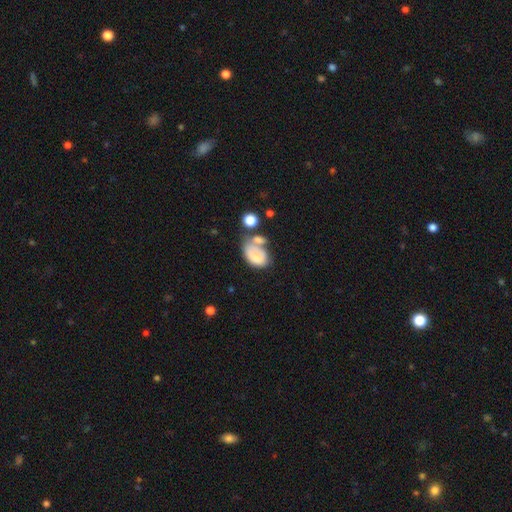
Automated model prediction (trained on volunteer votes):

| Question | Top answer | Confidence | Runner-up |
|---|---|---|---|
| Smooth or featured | smooth | 66% | featured or disk (25%) |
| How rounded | in between | 87% | round (12%) |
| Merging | merger | 39% | none (23%) |